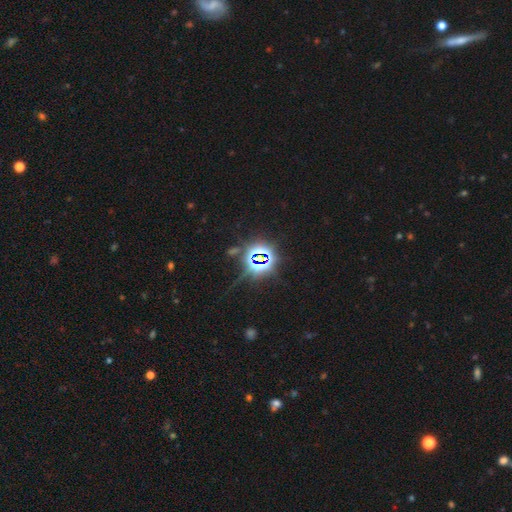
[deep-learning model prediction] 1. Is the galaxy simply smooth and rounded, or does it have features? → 83% star or artifact, 11% smooth, 6% featured or disk.